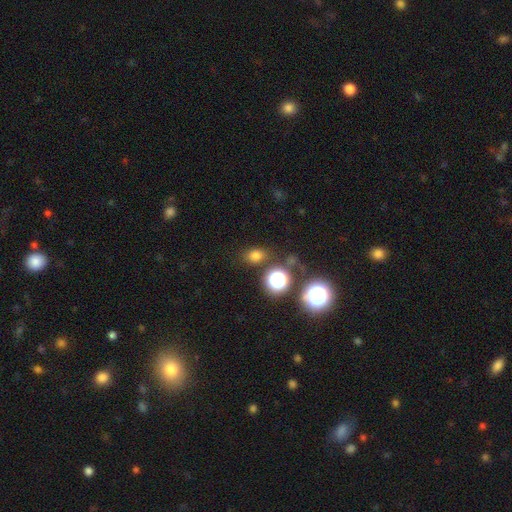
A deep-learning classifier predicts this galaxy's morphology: This is likely a smooth galaxy (70%). How rounded: possibly in between (55%). Merging: likely none (80%).